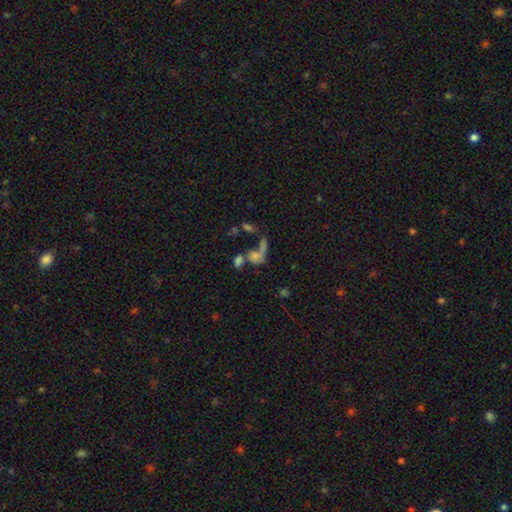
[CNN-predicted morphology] smooth 48%, featured or disk 30%, star or artifact 23%. Down the decision tree: merging — merger (44%).